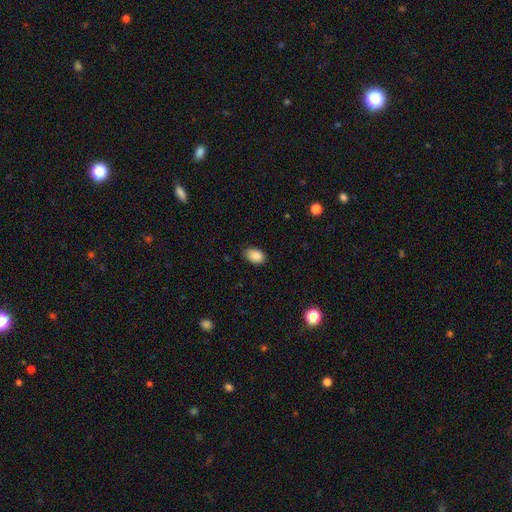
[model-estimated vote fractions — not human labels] smooth 87%, star or artifact 8%, featured or disk 5%. Down the decision tree: how rounded — in between (88%); merging — none (81%).